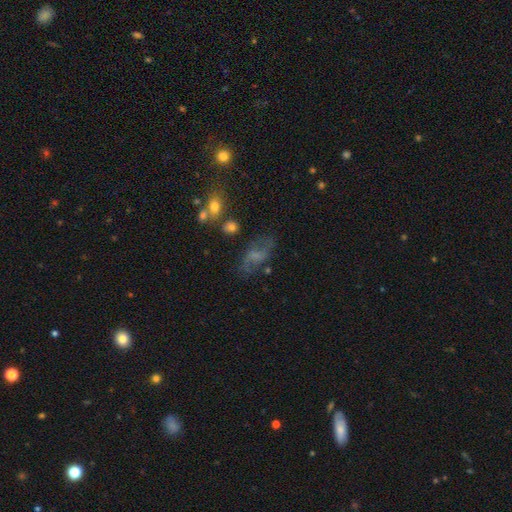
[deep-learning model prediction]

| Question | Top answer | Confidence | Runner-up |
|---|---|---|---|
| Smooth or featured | featured or disk | 57% | smooth (29%) |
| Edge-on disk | no | 94% | yes (6%) |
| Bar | weak | 45% | no (41%) |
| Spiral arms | yes | 81% | no (19%) |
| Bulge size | none | 44% | small (29%) |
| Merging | none | 63% | minor disturbance (20%) |